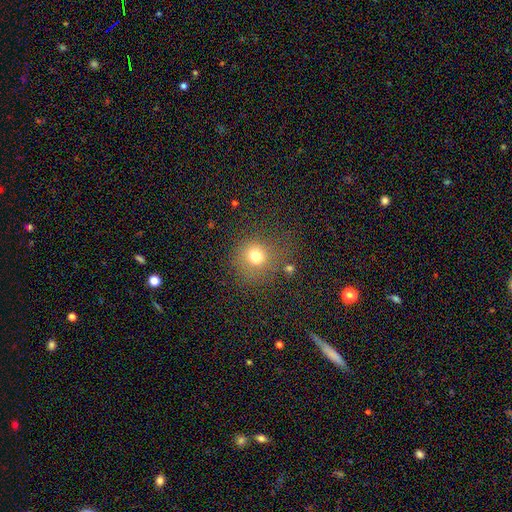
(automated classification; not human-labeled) Smooth or featured: smooth — 75% (star or artifact — 17%)
How rounded: round — 87% (in between — 12%)
Merging: none — 68% (minor disturbance — 16%)